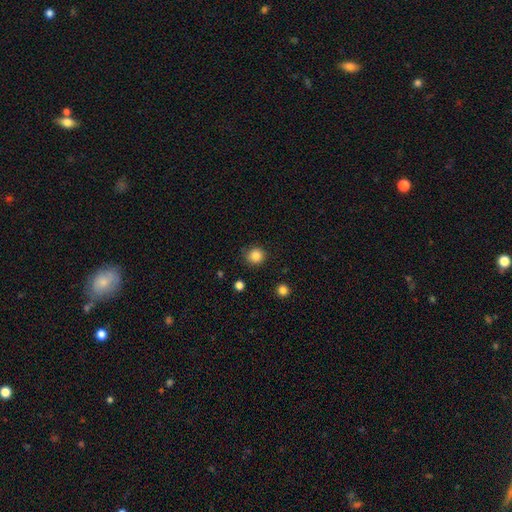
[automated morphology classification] type=smooth (85%); roundness=round (92%); merging=none (87%).